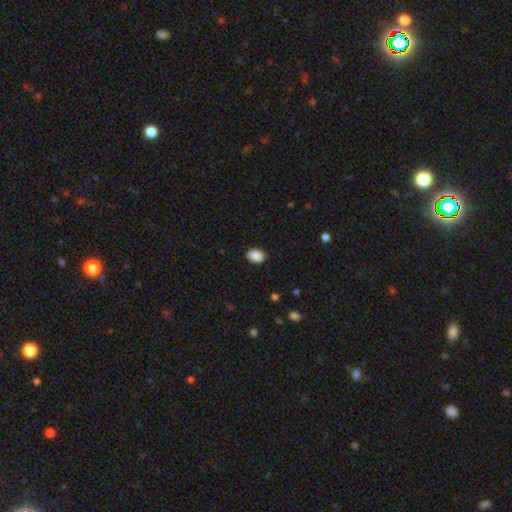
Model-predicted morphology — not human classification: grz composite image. It shows a smooth galaxy with no disk features (90%) that is in between round and cigar-shaped (74%). Merging: none (89%).